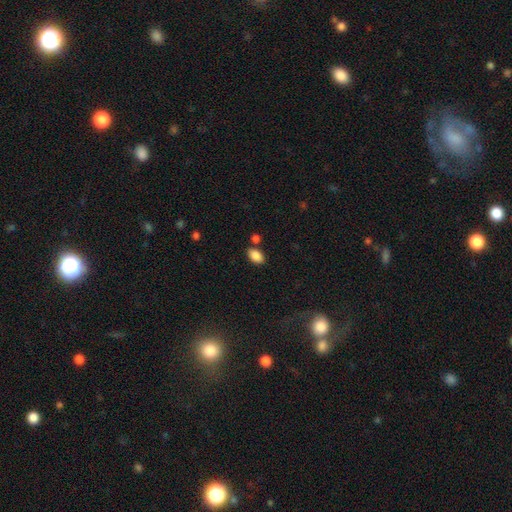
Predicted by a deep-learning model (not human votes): smooth_or_featured: smooth (p=0.88) [alt: star or artifact p=0.08]
how_rounded: in between (p=0.89) [alt: round p=0.09]
merging: none (p=0.75) [alt: minor disturbance p=0.11]